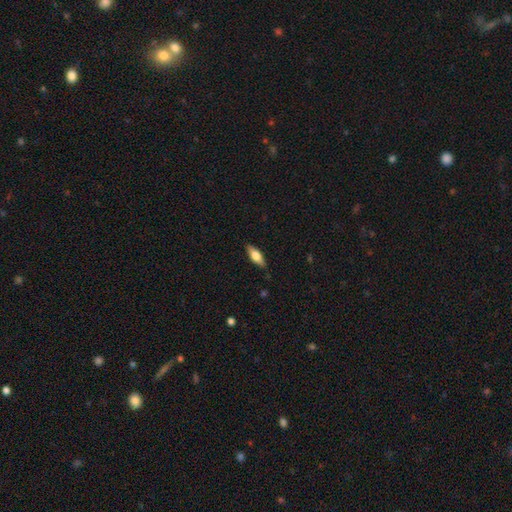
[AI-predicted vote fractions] Overall: smooth (63%; featured or disk 31%). How rounded: in between (66%; cigar-shaped 31%). Merging: none (85%).